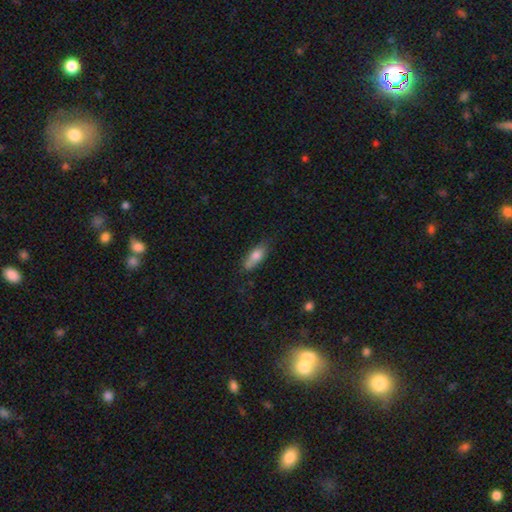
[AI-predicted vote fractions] Smooth or featured: smooth — 75% (featured or disk — 17%)
How rounded: in between — 71% (cigar-shaped — 24%)
Merging: none — 54% (minor disturbance — 25%)